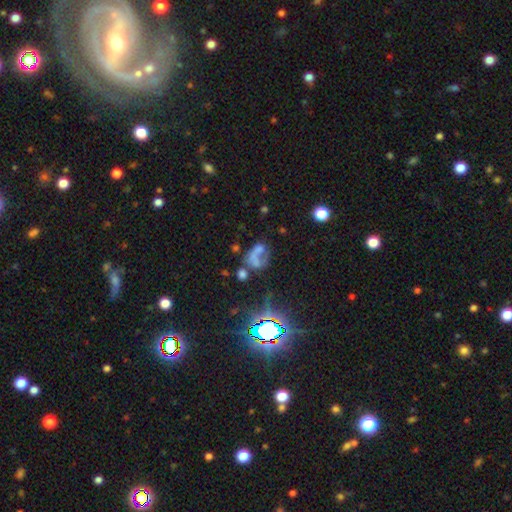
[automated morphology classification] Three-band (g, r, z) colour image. It shows a smooth galaxy with no disk features (40%). Merging: merger (33%).